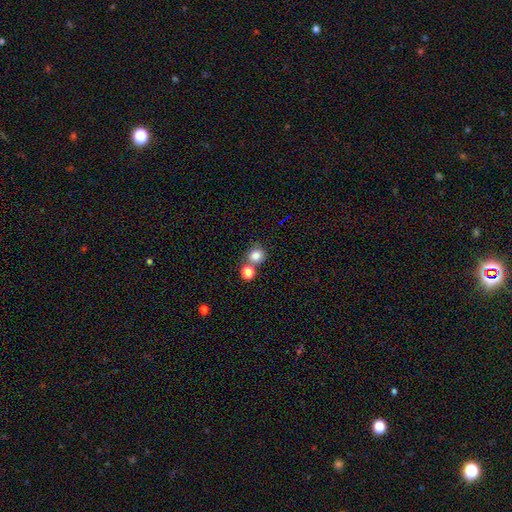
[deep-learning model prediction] A smooth galaxy with no disk features (82%) that is round (87%). Merging: none (64%).